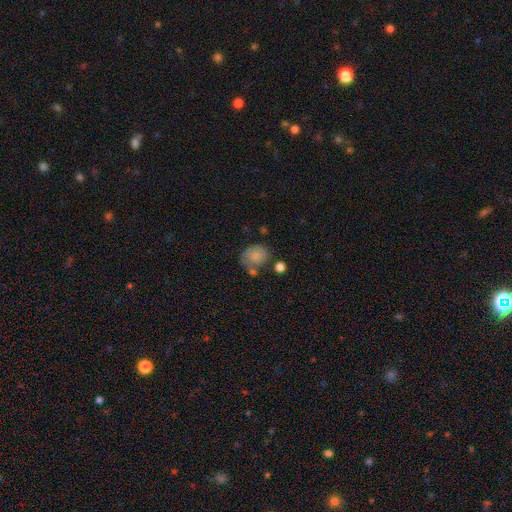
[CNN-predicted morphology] Smooth or featured? smooth (75%)
How rounded? round (61%)
Merging? none (48%)